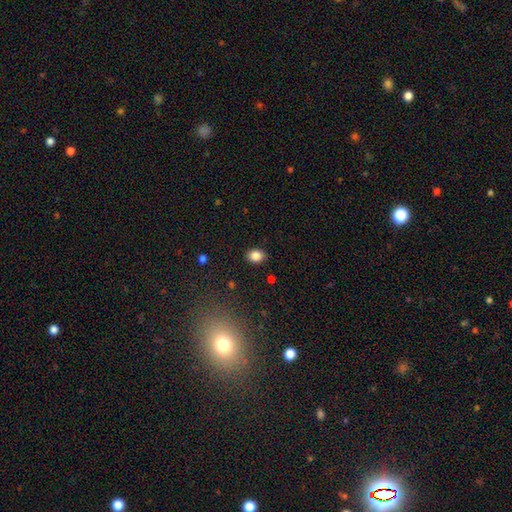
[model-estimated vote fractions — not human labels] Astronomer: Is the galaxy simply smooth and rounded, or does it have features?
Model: smooth — 85%.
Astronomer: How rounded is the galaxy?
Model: in between — 61% (runner-up: round, 38%).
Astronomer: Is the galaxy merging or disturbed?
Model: none — 88%.